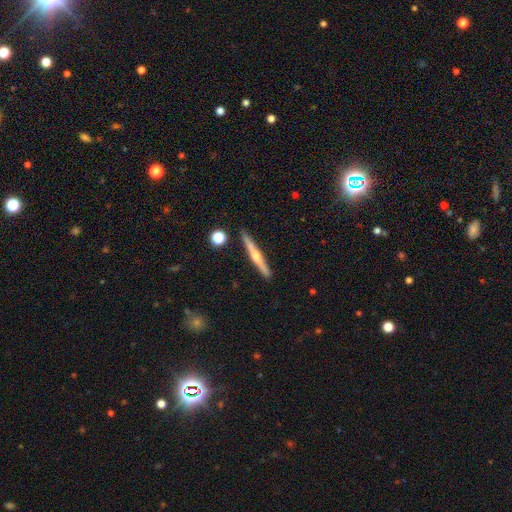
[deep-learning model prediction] Smooth or featured: featured or disk — 67% (smooth — 26%)
Edge-on disk: yes — 98% (no — 2%)
Edge-on bulge: rounded — 87% (none — 9%)
Merging: none — 90% (minor disturbance — 6%)